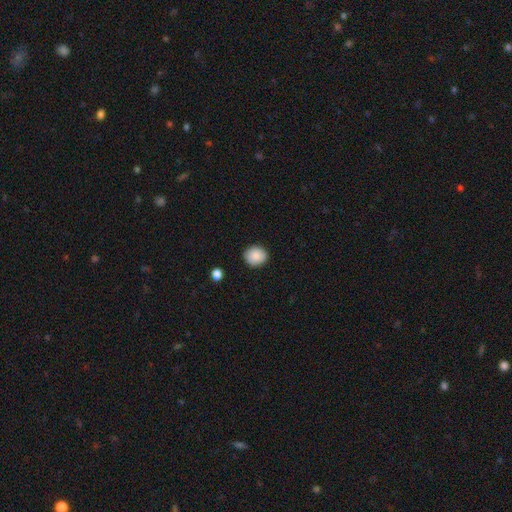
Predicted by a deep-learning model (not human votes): Smooth or featured?
  - smooth: 88% *
  - star or artifact: 8%
  - featured or disk: 4%
How rounded?
  - round: 73% *
  - in between: 26%
  - cigar-shaped: 1%
Merging?
  - none: 88% *
  - minor disturbance: 9%
  - major disturbance: 2%
  - merger: 1%